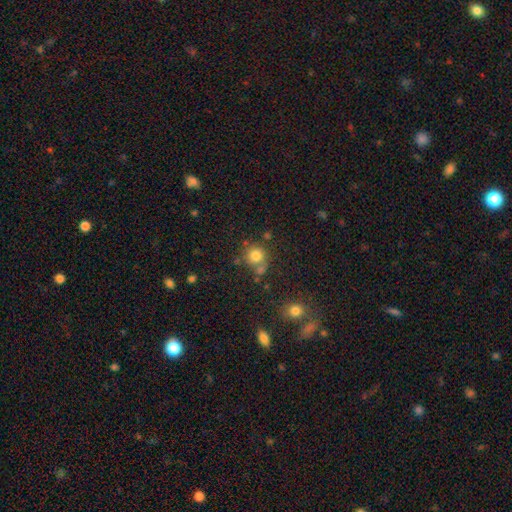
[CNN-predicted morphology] smooth-or-featured: smooth: 79% | star or artifact: 13% | featured or disk: 8%
  how-rounded: round: 90% | in between: 10% | cigar-shaped: 1%
  merging: none: 64% | merger: 18% | minor disturbance: 13% | major disturbance: 5%